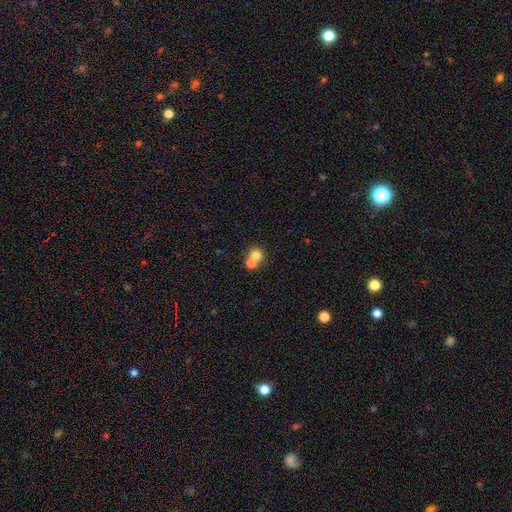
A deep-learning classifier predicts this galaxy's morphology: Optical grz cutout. It shows a smooth galaxy with no disk features (74%) that is round (84%). Merging: merger (54%).